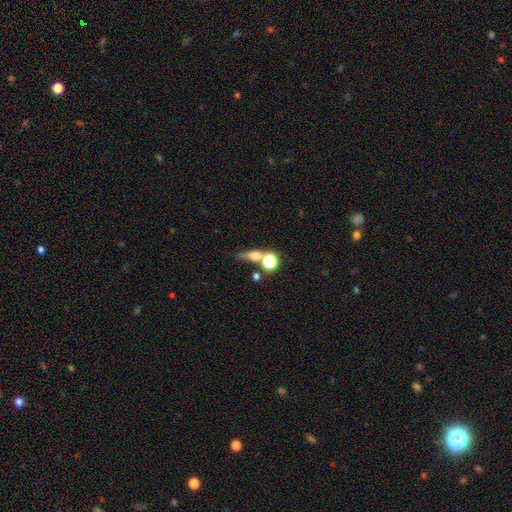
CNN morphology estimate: Smooth or featured?
  - smooth: 58% *
  - featured or disk: 22%
  - star or artifact: 20%
How rounded?
  - round: 42% *
  - in between: 36%
  - cigar-shaped: 22%
Merging?
  - none: 44% *
  - merger: 33%
  - minor disturbance: 13%
  - major disturbance: 10%